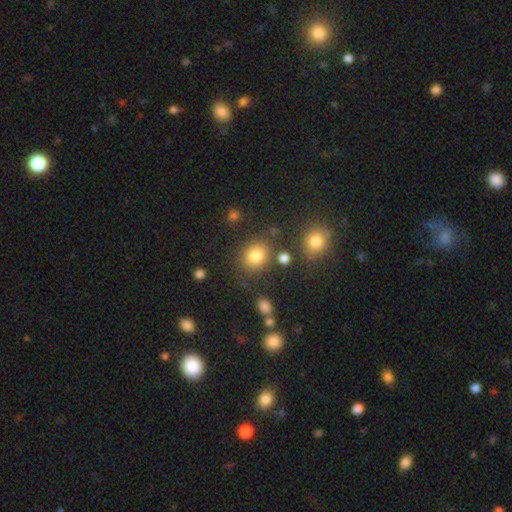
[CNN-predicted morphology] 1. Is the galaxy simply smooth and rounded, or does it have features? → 81% smooth, 12% star or artifact, 6% featured or disk.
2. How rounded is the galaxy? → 68% round, 31% in between, 1% cigar-shaped.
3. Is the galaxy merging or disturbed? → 77% none, 11% minor disturbance, 7% merger, 5% major disturbance.